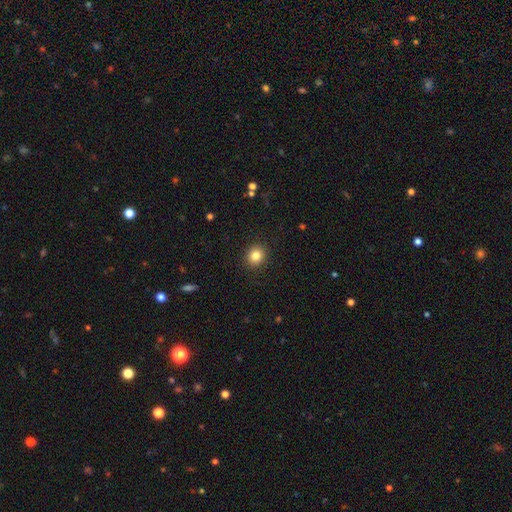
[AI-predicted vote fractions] Smooth or featured: smooth — 83% (star or artifact — 11%)
How rounded: round — 84% (in between — 15%)
Merging: none — 91% (minor disturbance — 6%)